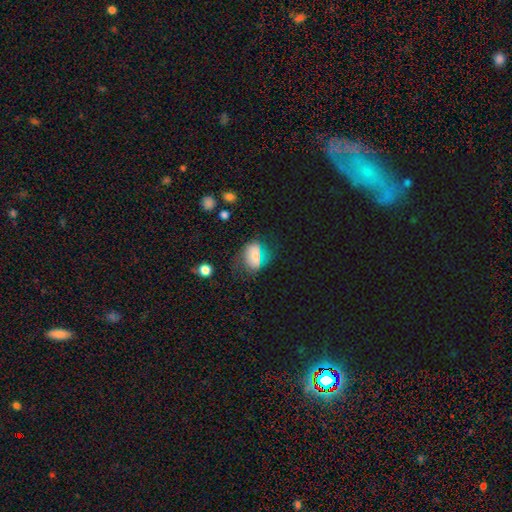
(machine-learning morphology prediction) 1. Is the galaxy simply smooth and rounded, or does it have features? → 65% smooth, 21% star or artifact, 14% featured or disk.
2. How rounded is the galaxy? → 65% in between, 32% round, 3% cigar-shaped.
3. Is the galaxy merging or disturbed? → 66% none, 21% minor disturbance, 10% major disturbance, 3% merger.